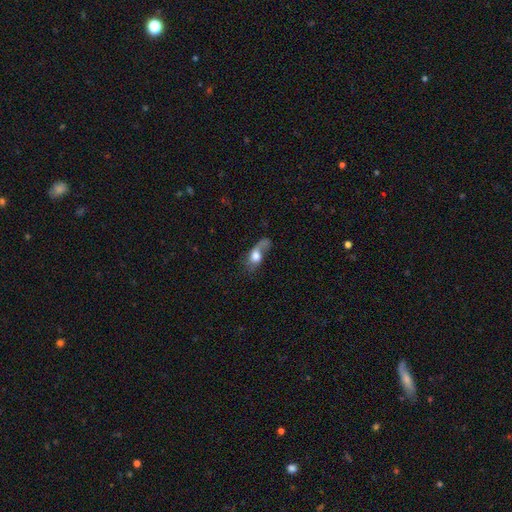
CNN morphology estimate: smooth_or_featured: smooth (p=0.57) [alt: featured or disk p=0.34]
how_rounded: in between (p=0.74) [alt: round p=0.18]
merging: major disturbance (p=0.42) [alt: none p=0.27]